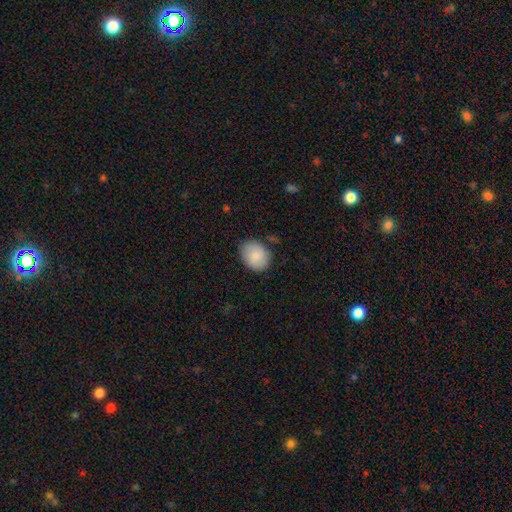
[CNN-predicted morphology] This appears to be a smooth galaxy with no disk features (87%) that is in between round and cigar-shaped (51%). Merging: none (75%).